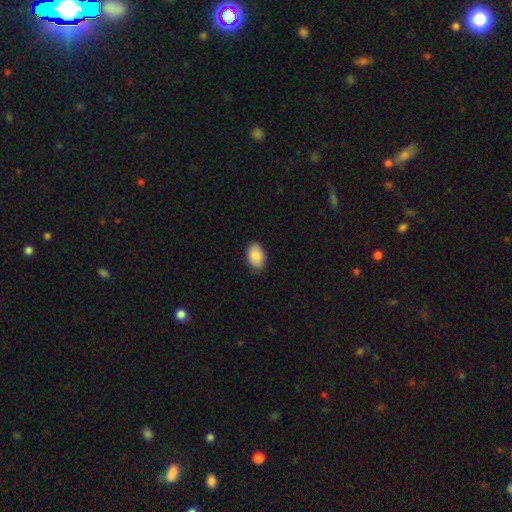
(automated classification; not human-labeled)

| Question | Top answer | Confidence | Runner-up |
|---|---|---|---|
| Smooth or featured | smooth | 89% | star or artifact (6%) |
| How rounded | in between | 90% | round (8%) |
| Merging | none | 84% | minor disturbance (13%) |